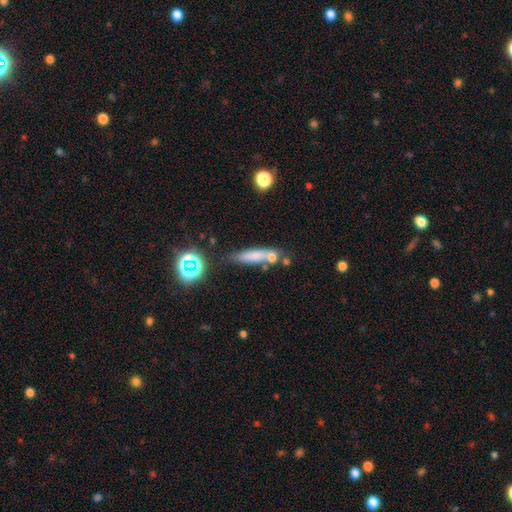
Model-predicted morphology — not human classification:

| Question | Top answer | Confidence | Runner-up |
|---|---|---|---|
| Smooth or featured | smooth | 66% | featured or disk (20%) |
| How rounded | cigar-shaped | 71% | in between (24%) |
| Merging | none | 57% | merger (20%) |